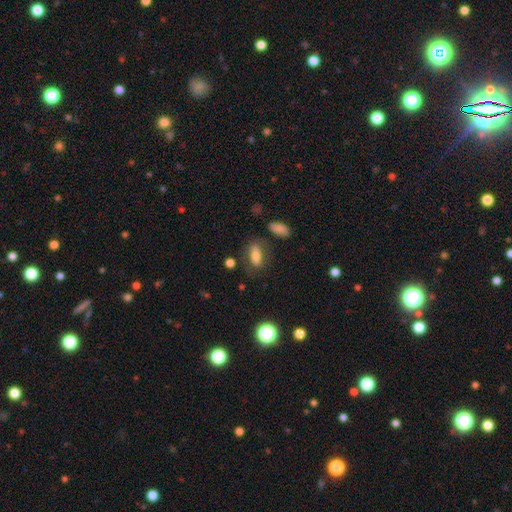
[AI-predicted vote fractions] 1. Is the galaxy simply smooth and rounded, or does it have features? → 68% smooth, 22% featured or disk, 11% star or artifact.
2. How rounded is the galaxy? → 80% in between, 13% cigar-shaped, 7% round.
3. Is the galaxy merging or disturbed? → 67% none, 18% minor disturbance, 10% major disturbance, 5% merger.